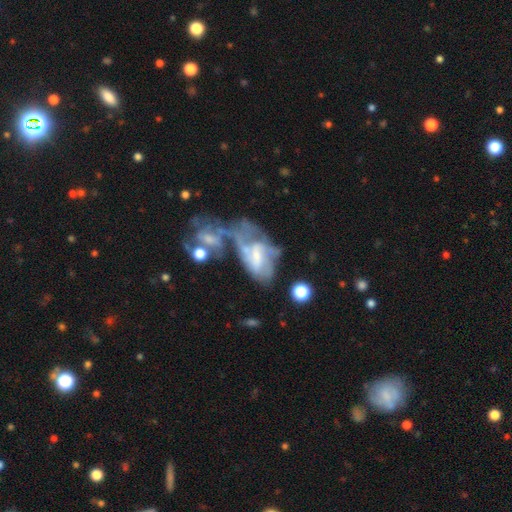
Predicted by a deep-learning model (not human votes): A featured or disk galaxy (68%) with a weak bar (41%), spiral arms (67%) and a small central bulge (44%).

Vote fractions:
- Smooth or featured? featured or disk: 68% / smooth: 22% / star or artifact: 10%
- Edge-on disk? no: 95% / yes: 5%
- Bar? weak: 41% / no: 40% / strong: 19%
- Spiral arms? yes: 67% / no: 33%
- Bulge size? small: 44% / moderate: 29% / none: 20% / large: 5% / dominant: 2%
- Merging? merger: 53% / major disturbance: 24% / none: 13% / minor disturbance: 10%